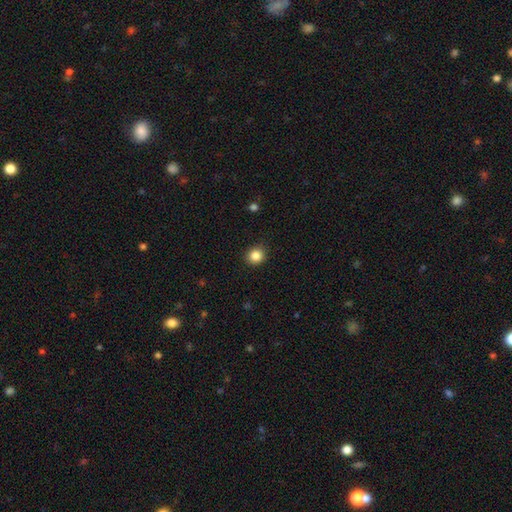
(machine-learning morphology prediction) Smooth or featured: smooth — 85% (star or artifact — 11%)
How rounded: round — 86% (in between — 14%)
Merging: none — 90% (minor disturbance — 8%)